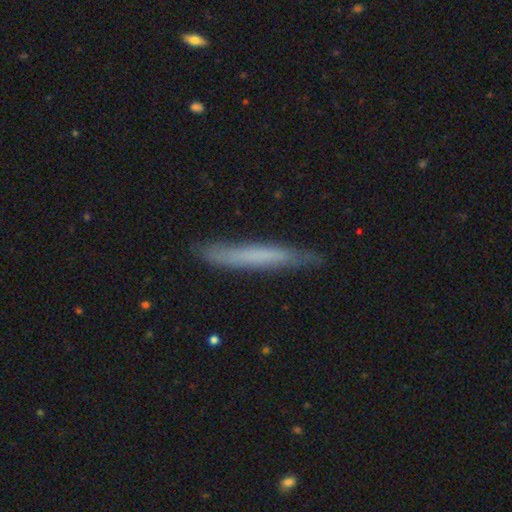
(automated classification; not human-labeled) Morphology: type=smooth (56%); roundness=cigar-shaped (96%); merging=none (80%).